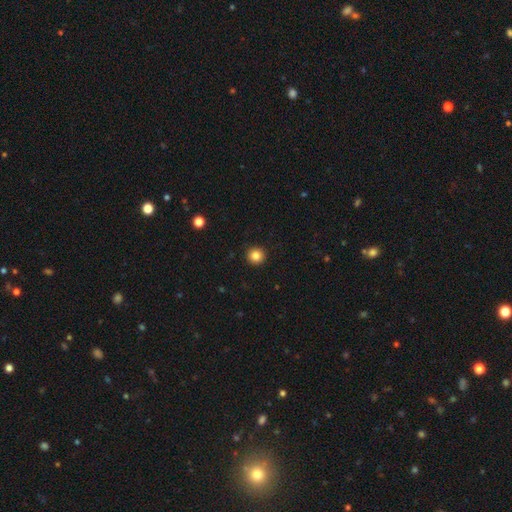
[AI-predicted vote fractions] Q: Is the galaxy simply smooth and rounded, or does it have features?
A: smooth — 85%.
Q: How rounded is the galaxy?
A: round — 95%.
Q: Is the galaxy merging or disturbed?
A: none — 94%.